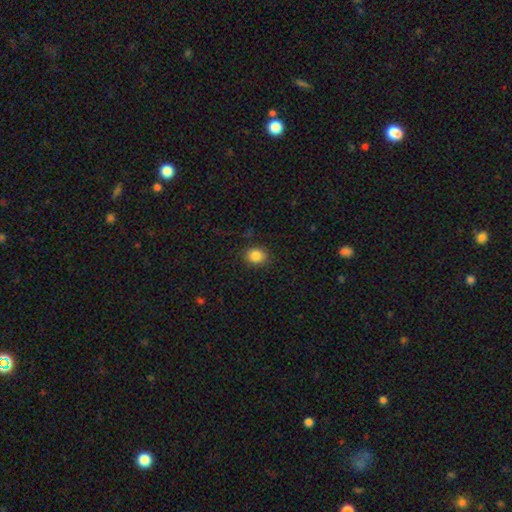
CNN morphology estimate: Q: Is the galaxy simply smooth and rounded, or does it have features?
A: smooth — 85%.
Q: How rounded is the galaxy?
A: round — 63%.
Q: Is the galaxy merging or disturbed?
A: none — 88%.